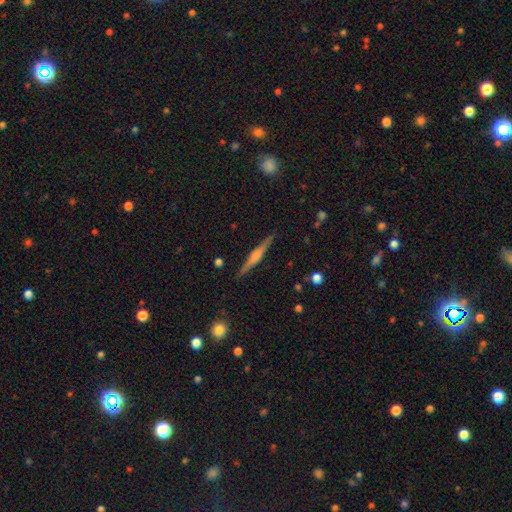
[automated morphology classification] Smooth or featured? Predicted: featured or disk (p=0.74). Edge-on disk? Predicted: yes (p=0.98). Edge-on bulge? Predicted: rounded (p=0.76). Merging? Predicted: none (p=0.91).